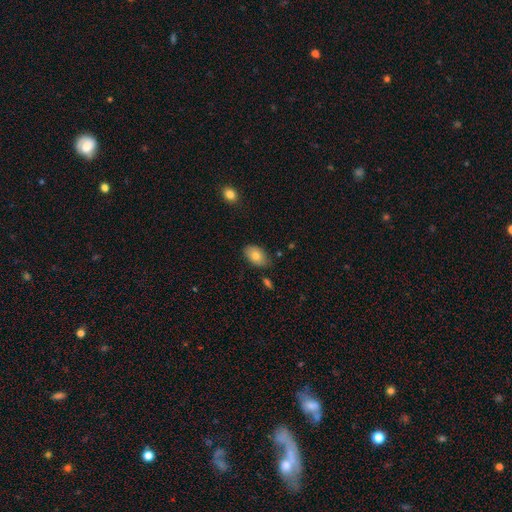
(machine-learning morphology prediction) Smooth or featured: smooth — 77% (featured or disk — 16%)
How rounded: in between — 89% (round — 10%)
Merging: none — 78% (minor disturbance — 17%)